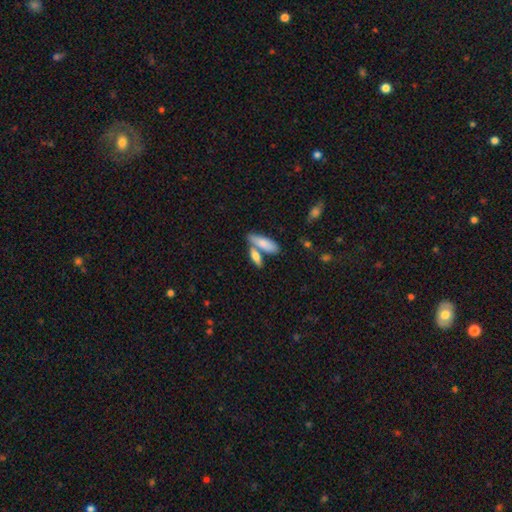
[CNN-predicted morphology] smooth 75%, featured or disk 19%, star or artifact 6%. Down the decision tree: how rounded — in between (53%); merging — none (47%).